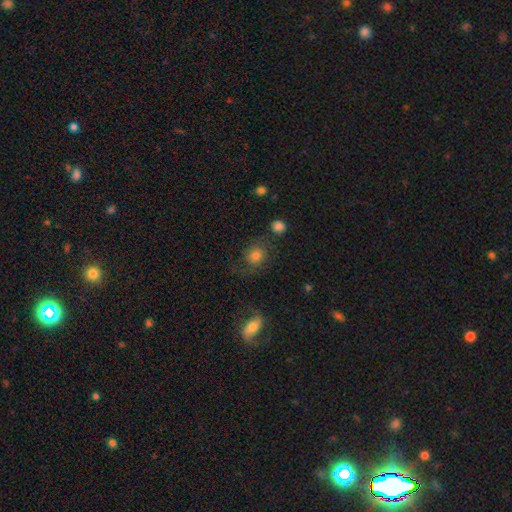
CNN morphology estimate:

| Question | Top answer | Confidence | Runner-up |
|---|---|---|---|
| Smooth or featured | smooth | 68% | featured or disk (19%) |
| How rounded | round | 74% | in between (25%) |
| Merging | none | 60% | minor disturbance (19%) |